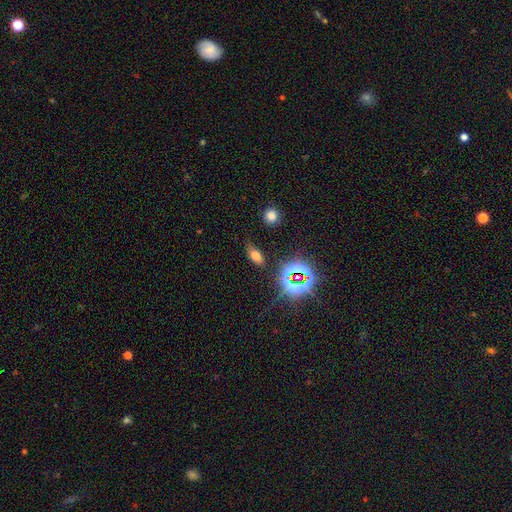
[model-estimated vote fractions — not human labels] A smooth galaxy with no disk features (63%) that is in between round and cigar-shaped (85%).

Vote fractions:
- Smooth or featured? smooth: 63% / star or artifact: 28% / featured or disk: 9%
- How rounded? in between: 85% / cigar-shaped: 9% / round: 6%
- Merging? none: 80% / minor disturbance: 13% / major disturbance: 4% / merger: 3%